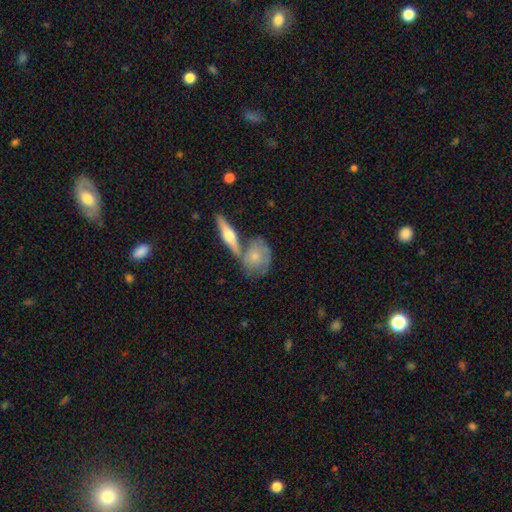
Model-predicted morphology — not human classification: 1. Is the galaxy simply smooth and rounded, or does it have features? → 47% featured or disk (tied), 47% smooth (tied), 6% star or artifact.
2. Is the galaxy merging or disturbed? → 50% none, 27% merger, 17% minor disturbance, 6% major disturbance.